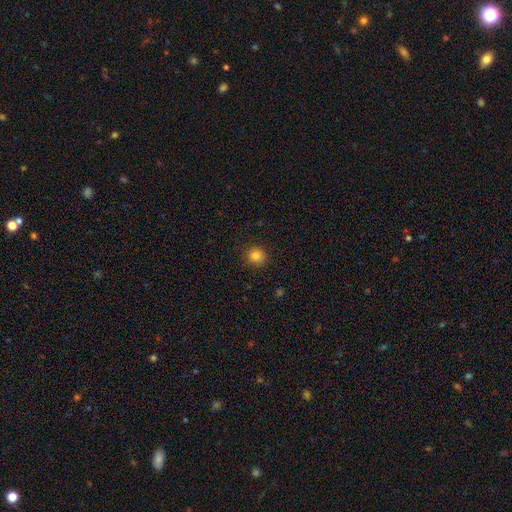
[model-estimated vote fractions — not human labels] A smooth galaxy with no disk features (83%) that is round (91%).

Vote fractions:
- Smooth or featured? smooth: 83% / star or artifact: 12% / featured or disk: 5%
- How rounded? round: 91% / in between: 8% / cigar-shaped: 1%
- Merging? none: 90% / minor disturbance: 7% / major disturbance: 2% / merger: 1%